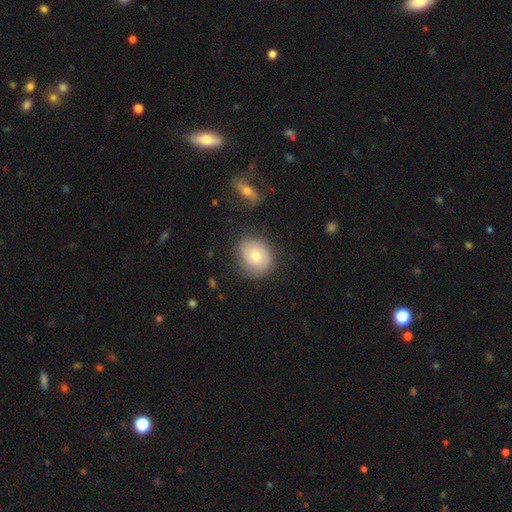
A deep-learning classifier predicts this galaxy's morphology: Q: Smooth or featured?
A: smooth (57%); runner-up: featured or disk (35%)
Q: How rounded?
A: round (62%); runner-up: in between (37%)
Q: Merging?
A: none (72%); runner-up: minor disturbance (19%)